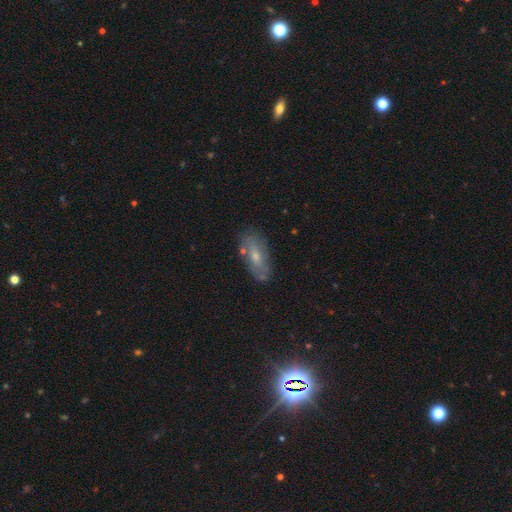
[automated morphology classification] smooth 54%, featured or disk 38%, star or artifact 7%. Down the decision tree: how rounded — in between (80%); merging — none (74%).